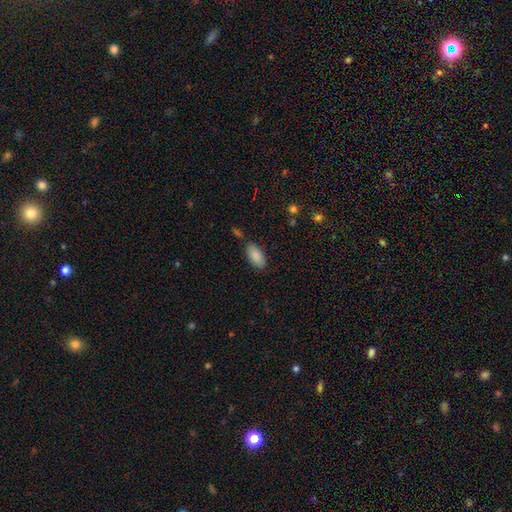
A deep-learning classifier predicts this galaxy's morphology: A smooth galaxy with no disk features (88%) that is in between round and cigar-shaped (92%).

Vote fractions:
- Smooth or featured? smooth: 88% / star or artifact: 7% / featured or disk: 5%
- How rounded? in between: 92% / cigar-shaped: 6% / round: 2%
- Merging? none: 77% / minor disturbance: 15% / merger: 5% / major disturbance: 3%